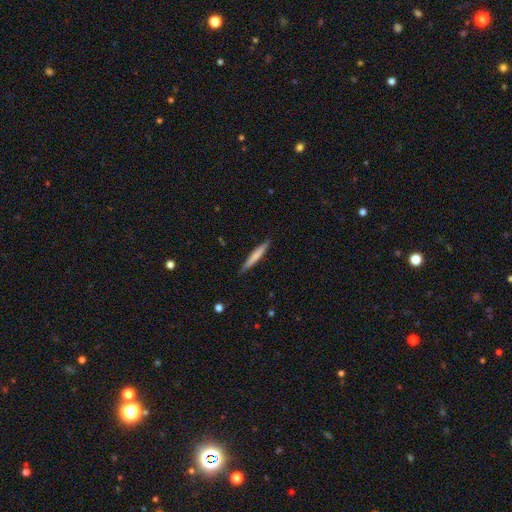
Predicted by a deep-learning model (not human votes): The model was most divided on "smooth or featured": smooth: 66%, featured or disk: 29%, star or artifact: 5%. More confident: how rounded — cigar-shaped (95%); merging — none (88%).